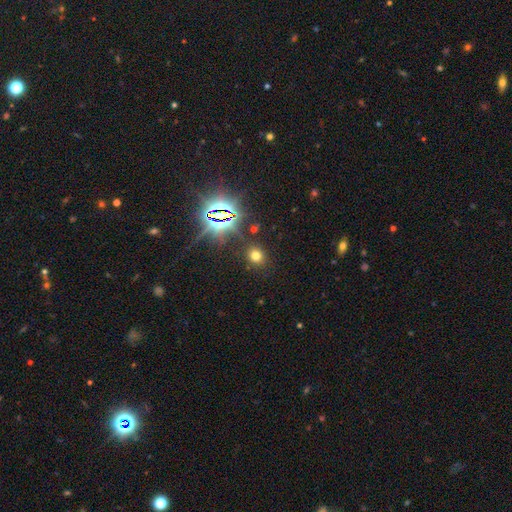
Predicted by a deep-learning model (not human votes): smooth_or_featured: smooth (p=0.62) [alt: star or artifact p=0.29]
how_rounded: round (p=0.75) [alt: in between p=0.24]
merging: none (p=0.85) [alt: minor disturbance p=0.09]